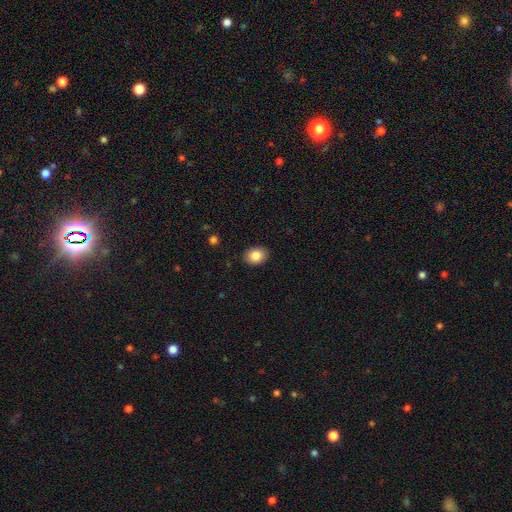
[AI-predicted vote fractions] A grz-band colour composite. It shows a smooth galaxy with no disk features (85%) that is in between round and cigar-shaped (68%). Merging: none (88%).